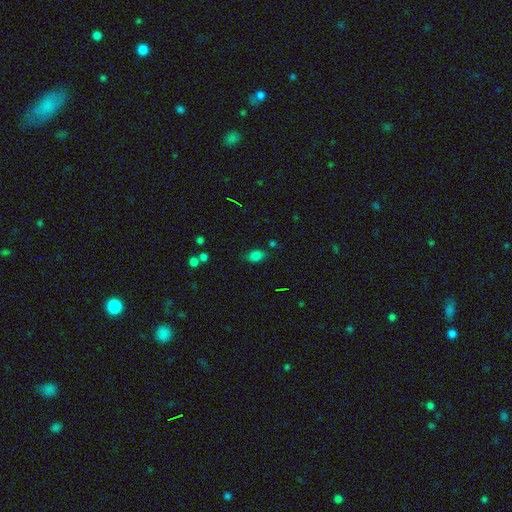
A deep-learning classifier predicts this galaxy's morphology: Smooth or featured: smooth — 77% (star or artifact — 16%)
How rounded: in between — 83% (round — 15%)
Merging: none — 75% (minor disturbance — 17%)